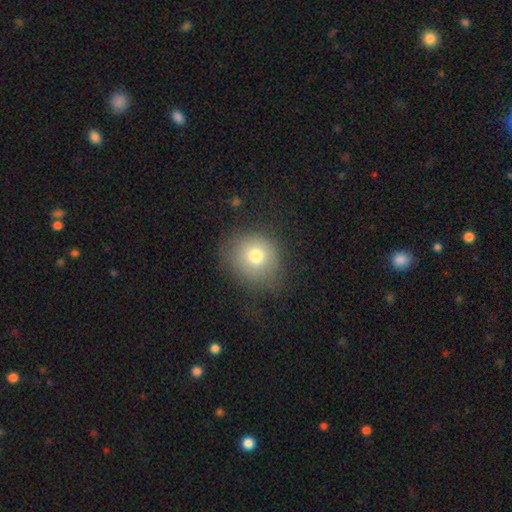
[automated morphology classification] Smooth or featured? Predicted: smooth (p=0.75). How rounded? Predicted: round (p=0.82). Merging? Predicted: none (p=0.66).